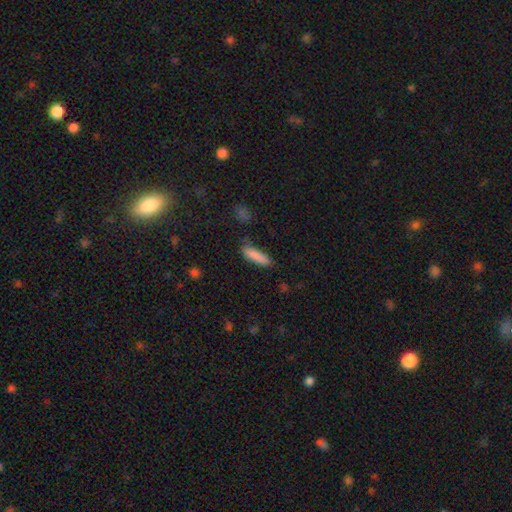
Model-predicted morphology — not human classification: The model was most divided on "how rounded": cigar-shaped: 69%, in between: 30%, round: 2%. More confident: smooth or featured — smooth (86%); merging — none (78%).